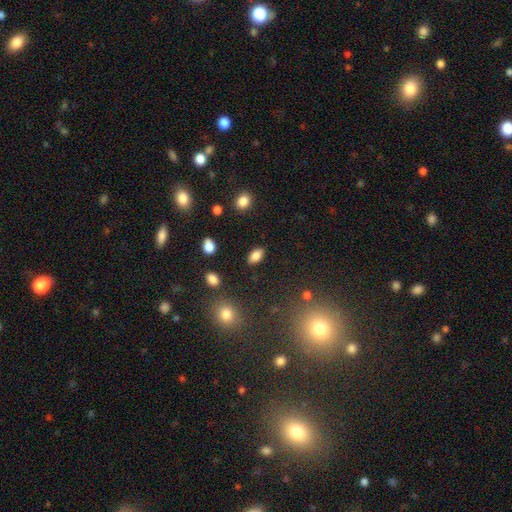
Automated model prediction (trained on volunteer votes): The model was most divided on "smooth or featured": smooth: 84%, star or artifact: 9%, featured or disk: 7%. More confident: how rounded — in between (91%); merging — none (86%).